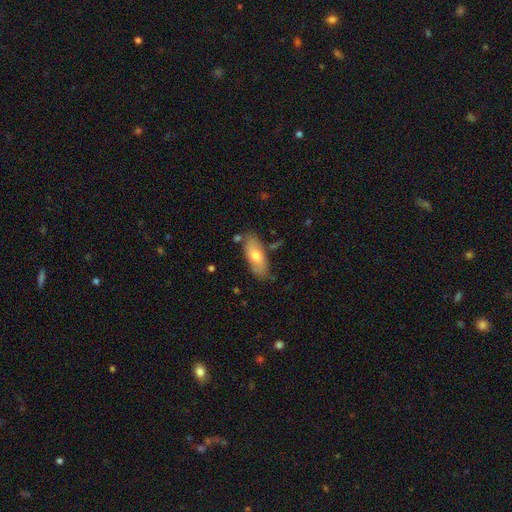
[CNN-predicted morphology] A smooth galaxy with no disk features (67%) that is in between round and cigar-shaped (82%). Merging: none (76%).